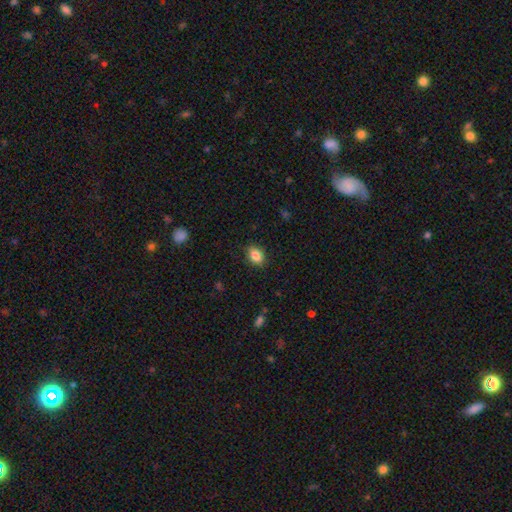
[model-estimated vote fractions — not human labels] This is clearly a smooth galaxy (86%). How rounded: likely in between (72%). Merging: clearly none (86%).